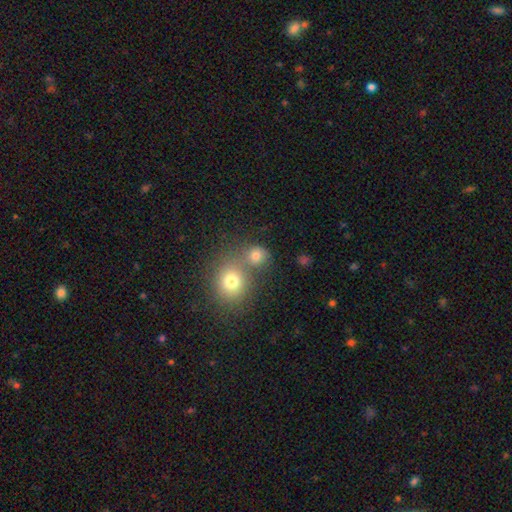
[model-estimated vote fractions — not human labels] Smooth or featured? smooth (76%)
How rounded? round (82%)
Merging? none (53%)